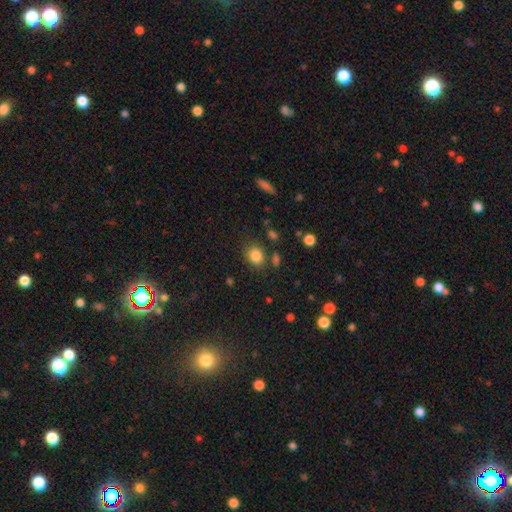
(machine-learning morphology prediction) Smooth or featured? Predicted: smooth (p=0.84). How rounded? Predicted: round (p=0.52). Merging? Predicted: none (p=0.78).